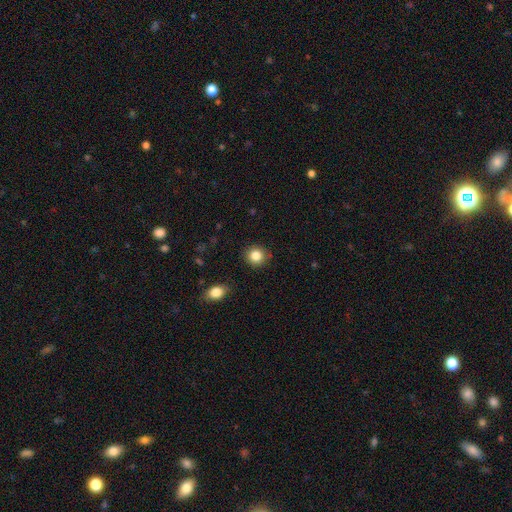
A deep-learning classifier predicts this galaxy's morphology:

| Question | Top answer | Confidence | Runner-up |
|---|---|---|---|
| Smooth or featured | smooth | 84% | star or artifact (10%) |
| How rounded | round | 90% | in between (9%) |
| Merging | none | 90% | minor disturbance (7%) |